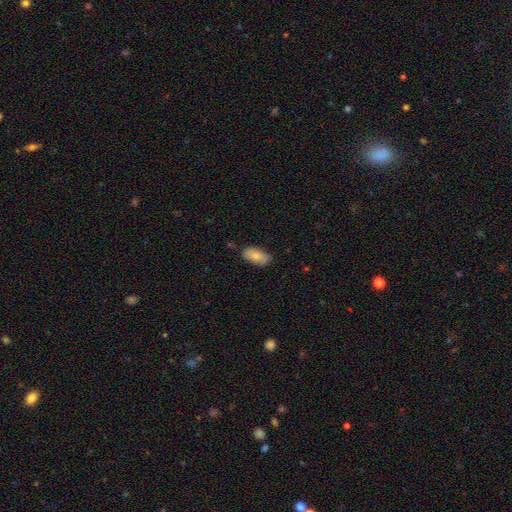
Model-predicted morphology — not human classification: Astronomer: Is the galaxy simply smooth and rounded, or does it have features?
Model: smooth — 77%.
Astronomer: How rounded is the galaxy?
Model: in between — 93%.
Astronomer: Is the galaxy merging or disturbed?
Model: none — 80%.